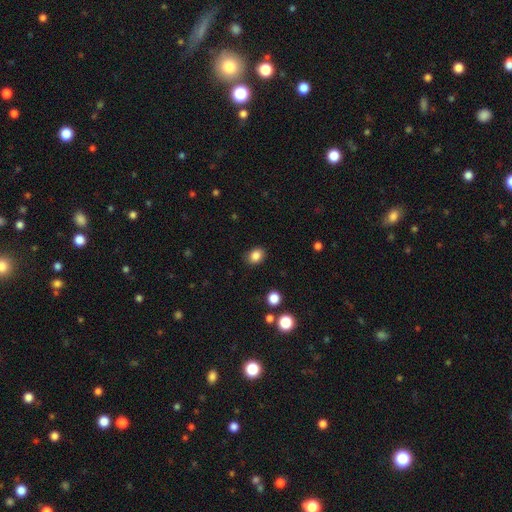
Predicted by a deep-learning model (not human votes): Overall: smooth (85%). How rounded: in between (56%; round 43%). Merging: none (87%).